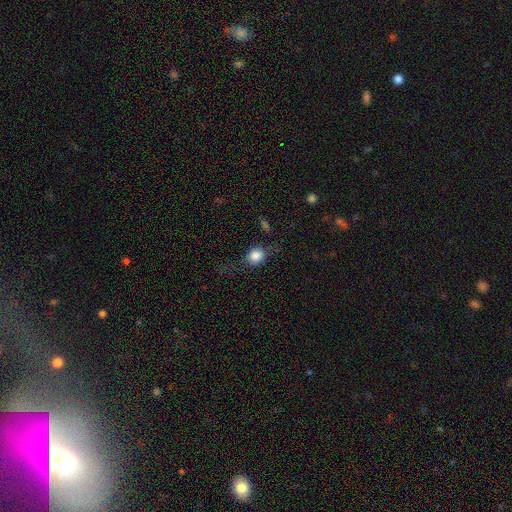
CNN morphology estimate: This appears to be a smooth galaxy with no disk features (74%) that is round (63%). Merging: none (63%).